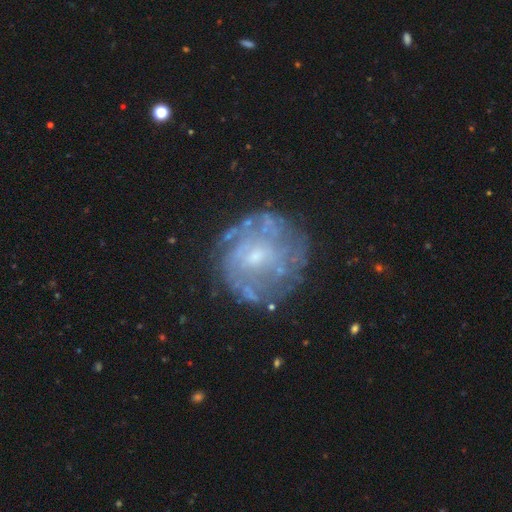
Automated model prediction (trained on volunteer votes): The model was most divided on "bulge size": small: 52%, moderate: 37%, none: 7%, large: 2%, dominant: 1%. More confident: edge-on disk — no (98%); smooth or featured — featured or disk (73%); merging — none (71%); spiral arms — yes (63%); bar — no (61%).